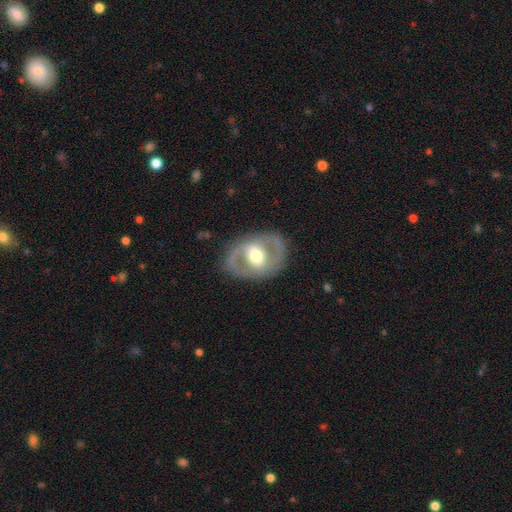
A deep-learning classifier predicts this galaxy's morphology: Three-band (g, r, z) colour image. It shows a featured or disk galaxy (70%) with no bar (39%), no spiral arms (52%) and a moderate central bulge (65%). Merging: none (82%).